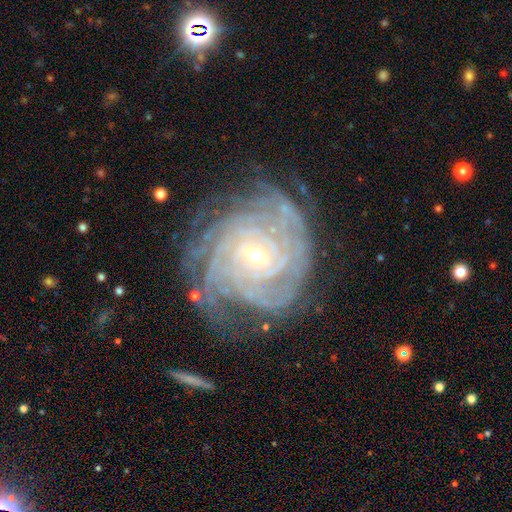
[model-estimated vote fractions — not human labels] Smooth or featured? Predicted: featured or disk (p=0.91). Edge-on disk? Predicted: no (p=0.97). Bar? Predicted: no (p=0.43). Spiral arms? Predicted: yes (p=0.98). Spiral winding? Predicted: tight (p=0.84). Spiral arm count? Predicted: can't tell (p=0.26). Bulge size? Predicted: small (p=0.57). Merging? Predicted: none (p=0.72).